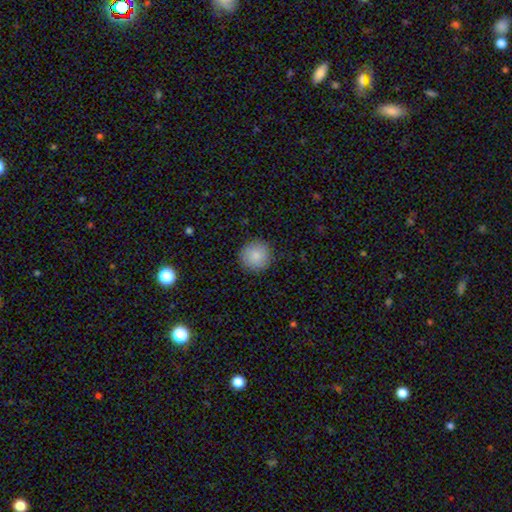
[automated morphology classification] smooth-or-featured: smooth: 86% | star or artifact: 8% | featured or disk: 6%
  how-rounded: round: 96% | in between: 4% | cigar-shaped: 1%
  merging: none: 90% | minor disturbance: 7% | major disturbance: 2% | merger: 1%